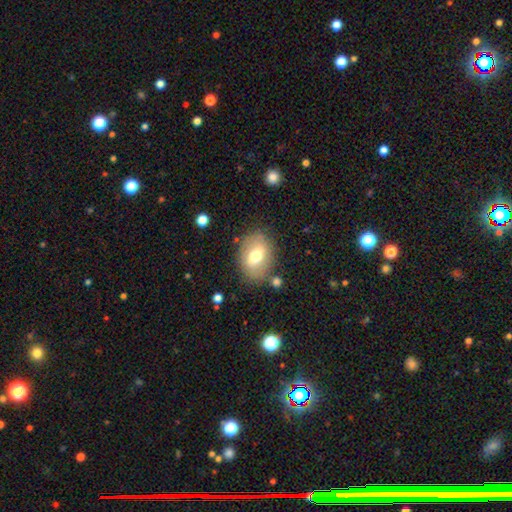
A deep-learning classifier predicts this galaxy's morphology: A smooth galaxy with no disk features (60%) that is in between round and cigar-shaped (73%).

Vote fractions:
- Smooth or featured? smooth: 60% / featured or disk: 31% / star or artifact: 9%
- How rounded? in between: 73% / round: 25% / cigar-shaped: 2%
- Merging? none: 76% / minor disturbance: 14% / major disturbance: 5% / merger: 4%